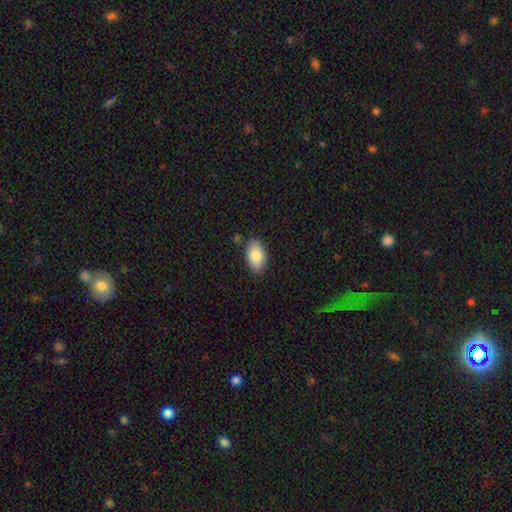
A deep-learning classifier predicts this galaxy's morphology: type=smooth (84%); roundness=in between (93%); merging=none (84%).